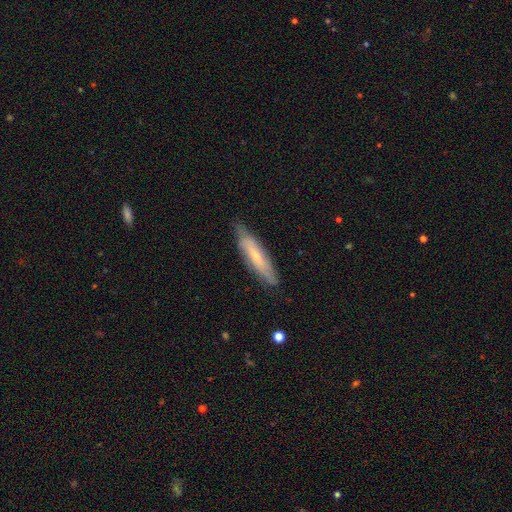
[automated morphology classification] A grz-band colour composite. It shows a featured or disk galaxy (50%). Merging: none (77%).